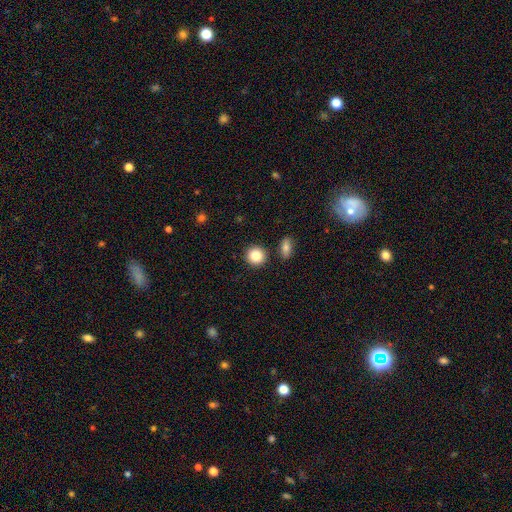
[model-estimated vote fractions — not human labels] Morphology: type=smooth (85%); roundness=round (90%); merging=none (87%).